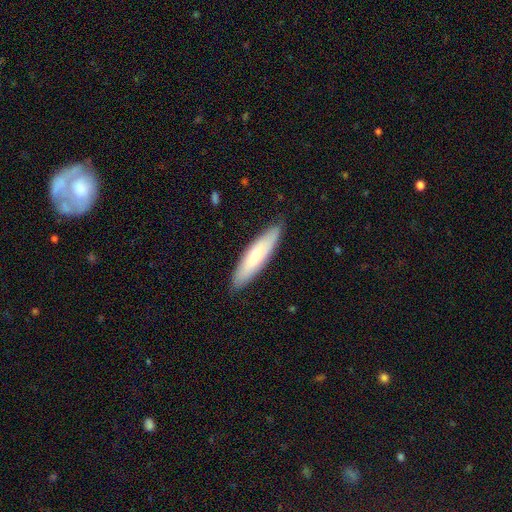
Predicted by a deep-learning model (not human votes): This appears to be a smooth galaxy with no disk features (59%) that is cigar-shaped (72%). Merging: none (86%).